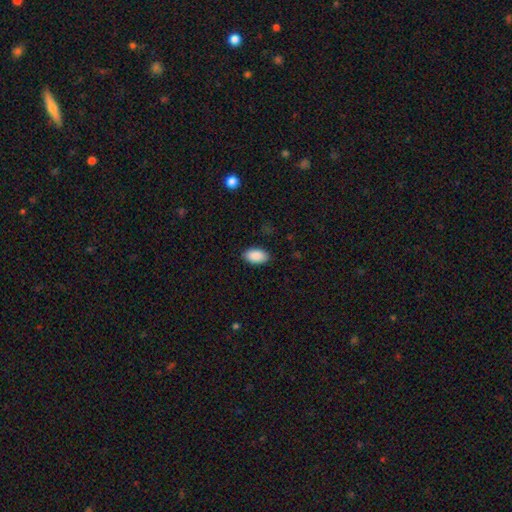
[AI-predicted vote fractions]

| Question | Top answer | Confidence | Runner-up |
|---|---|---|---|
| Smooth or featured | smooth | 90% | star or artifact (7%) |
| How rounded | in between | 95% | round (4%) |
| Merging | none | 88% | minor disturbance (9%) |